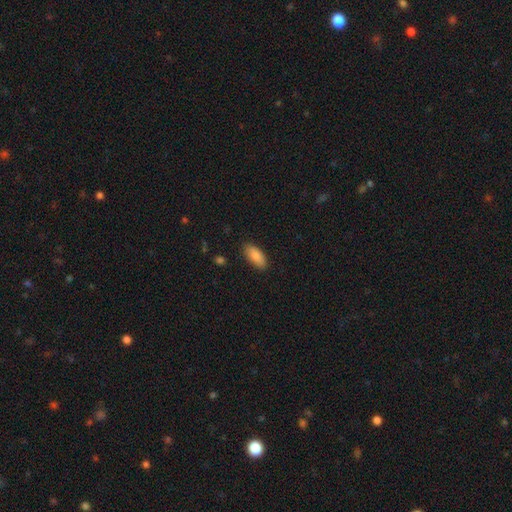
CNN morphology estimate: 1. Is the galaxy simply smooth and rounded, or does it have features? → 88% smooth, 6% star or artifact, 6% featured or disk.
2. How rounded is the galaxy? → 87% in between, 11% cigar-shaped, 2% round.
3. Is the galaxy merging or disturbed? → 86% none, 10% minor disturbance, 2% major disturbance, 1% merger.